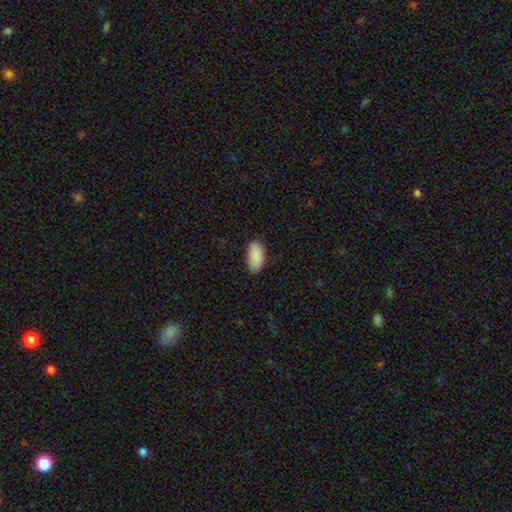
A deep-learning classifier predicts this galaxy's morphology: Smooth or featured?
  - smooth: 90% *
  - star or artifact: 7%
  - featured or disk: 4%
How rounded?
  - in between: 95% *
  - cigar-shaped: 3%
  - round: 2%
Merging?
  - none: 84% *
  - minor disturbance: 13%
  - major disturbance: 2%
  - merger: 1%